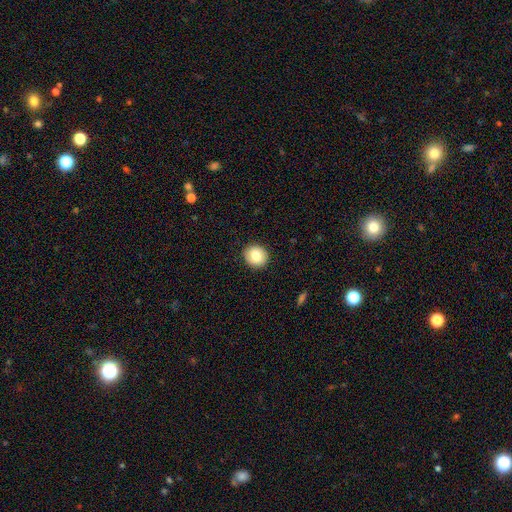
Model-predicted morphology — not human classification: smooth 78%, featured or disk 14%, star or artifact 8%. Down the decision tree: how rounded — round (76%); merging — none (89%).